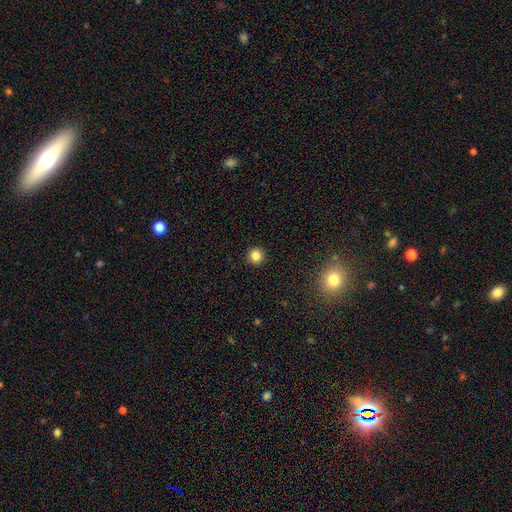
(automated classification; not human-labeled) A smooth galaxy with no disk features (83%) that is round (95%).

Vote fractions:
- Smooth or featured? smooth: 83% / star or artifact: 12% / featured or disk: 5%
- How rounded? round: 95% / in between: 4% / cigar-shaped: 1%
- Merging? none: 93% / minor disturbance: 4% / major disturbance: 2% / merger: 1%